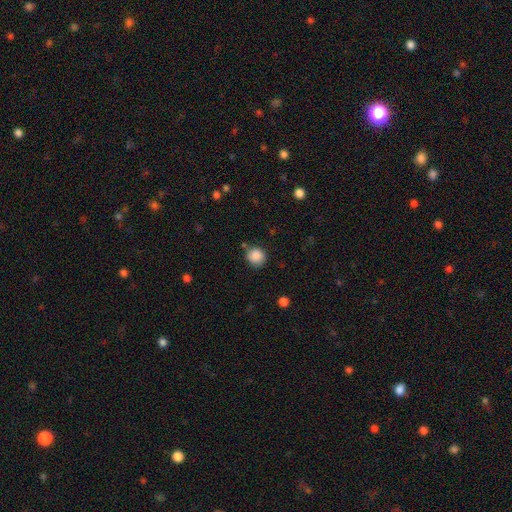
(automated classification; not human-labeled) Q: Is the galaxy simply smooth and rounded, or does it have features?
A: smooth — 87%.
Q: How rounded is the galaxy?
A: round — 88%.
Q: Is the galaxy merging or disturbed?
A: none — 79%.